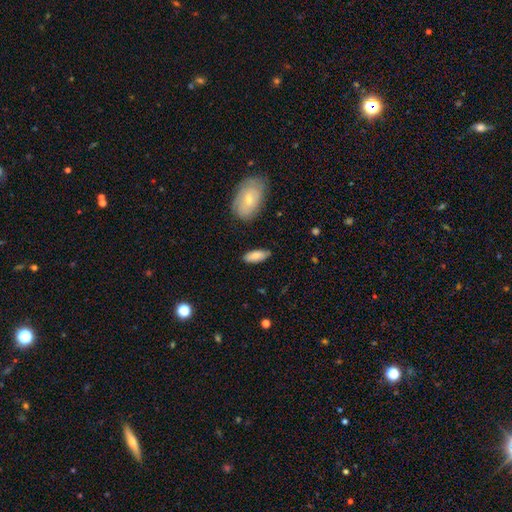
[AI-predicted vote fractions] Smooth or featured? smooth (77%)
How rounded? in between (80%)
Merging? none (81%)